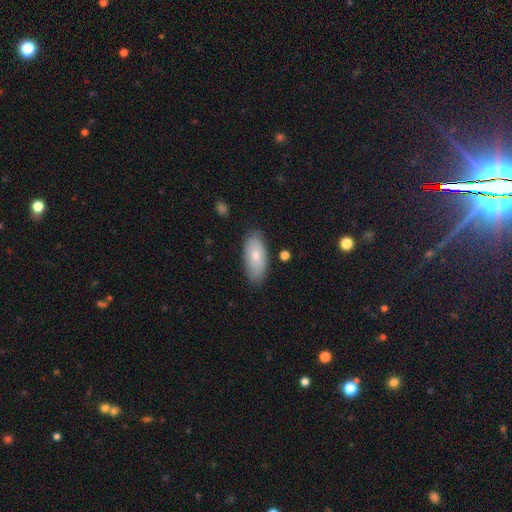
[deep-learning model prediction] smooth-or-featured: smooth: 71% | featured or disk: 23% | star or artifact: 6%
  how-rounded: in between: 89% | cigar-shaped: 8% | round: 3%
  merging: none: 80% | minor disturbance: 15% | major disturbance: 3% | merger: 2%